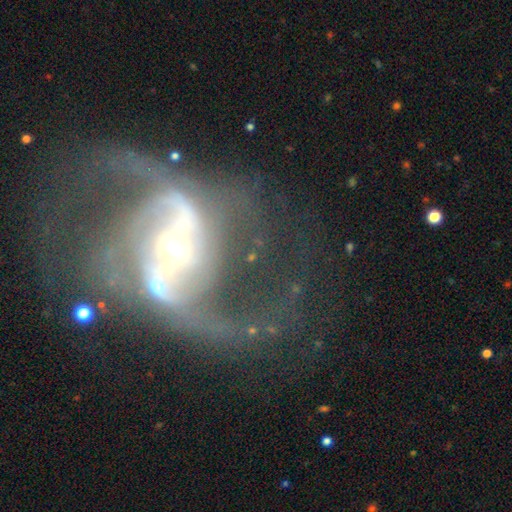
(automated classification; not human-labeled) A featured or disk galaxy (88%) with a strong bar (51%), 2 (82%) loose (53%) spiral arms (94%) and a small central bulge (52%). Merging: none (44%).